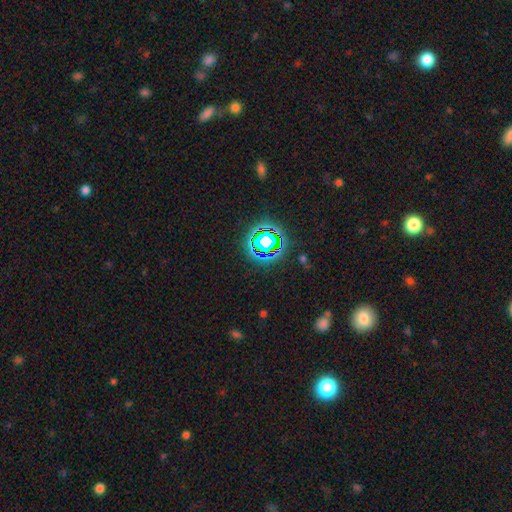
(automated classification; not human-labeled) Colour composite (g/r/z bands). It shows a star or artifact, not a galaxy (74%).